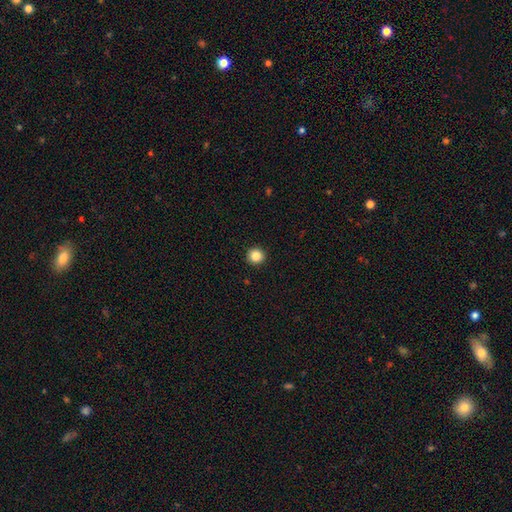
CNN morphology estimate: The model was most divided on "smooth or featured": smooth: 86%, star or artifact: 10%, featured or disk: 4%. More confident: how rounded — round (94%); merging — none (93%).